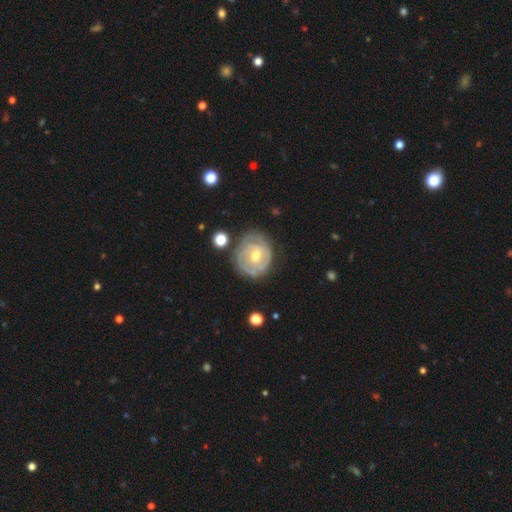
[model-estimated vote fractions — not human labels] This appears to be a featured or disk galaxy (77%) with no bar (53%), tight (71%) spiral arms (86%) and a moderate central bulge (58%). Merging: none (67%).